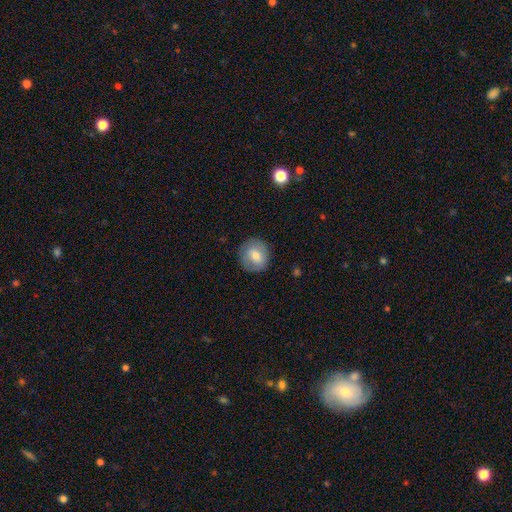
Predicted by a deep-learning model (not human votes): A smooth galaxy with no disk features (68%) that is round (84%). Merging: none (86%).